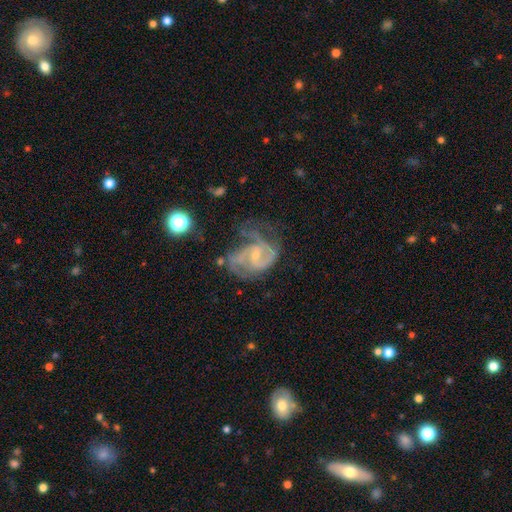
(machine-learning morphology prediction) smooth-or-featured: featured or disk: 88% | smooth: 6% | star or artifact: 6%
  disk-edge-on: no: 98% | yes: 2%
    bar: weak: 47% | no: 40% | strong: 13%
    has-spiral-arms: yes: 96% | no: 4%
      spiral-winding: medium: 50% | tight: 36% | loose: 14%
      spiral-arm-count: 2: 60% | 3: 17% | can't tell: 12% | 1: 4% | 4: 3% | more than 4: 3%
    bulge-size: small: 72% | moderate: 23% | none: 3% | large: 1% | dominant: 1%
  merging: none: 43% | minor disturbance: 28% | major disturbance: 25% | merger: 4%